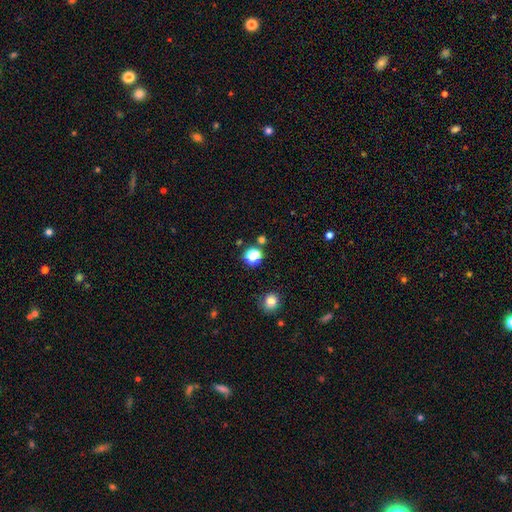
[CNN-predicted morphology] A smooth galaxy with no disk features (77%) that is round (80%).

Vote fractions:
- Smooth or featured? smooth: 77% / star or artifact: 19% / featured or disk: 4%
- How rounded? round: 80% / in between: 19% / cigar-shaped: 1%
- Merging? none: 82% / minor disturbance: 9% / merger: 6% / major disturbance: 3%